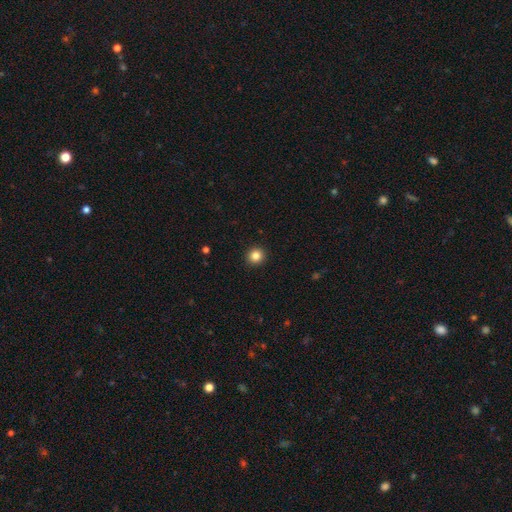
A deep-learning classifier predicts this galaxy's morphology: smooth_or_featured: smooth (p=0.84) [alt: star or artifact p=0.11]
how_rounded: round (p=0.93) [alt: in between p=0.06]
merging: none (p=0.93) [alt: minor disturbance p=0.04]